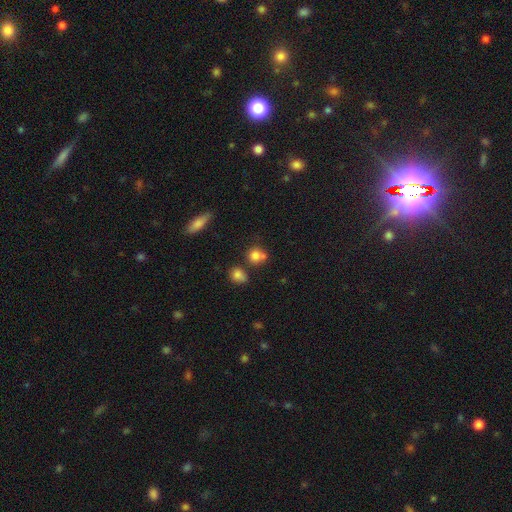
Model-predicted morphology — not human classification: This appears to be a smooth galaxy with no disk features (78%) that is round (77%). Merging: none (50%).